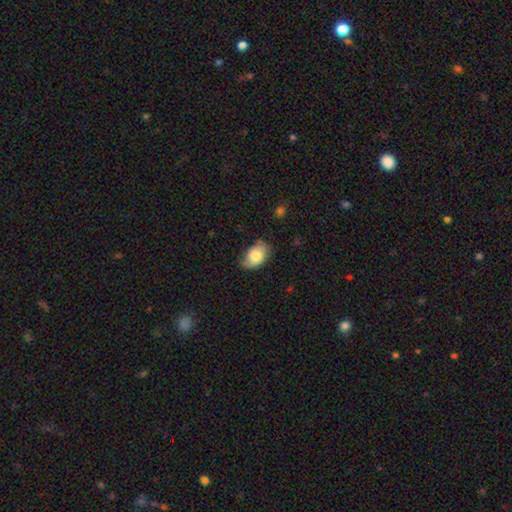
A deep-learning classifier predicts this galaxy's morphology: A smooth galaxy with no disk features (74%) that is in between round and cigar-shaped (89%).

Vote fractions:
- Smooth or featured? smooth: 74% / featured or disk: 19% / star or artifact: 7%
- How rounded? in between: 89% / round: 10% / cigar-shaped: 1%
- Merging? none: 63% / minor disturbance: 29% / major disturbance: 6% / merger: 1%